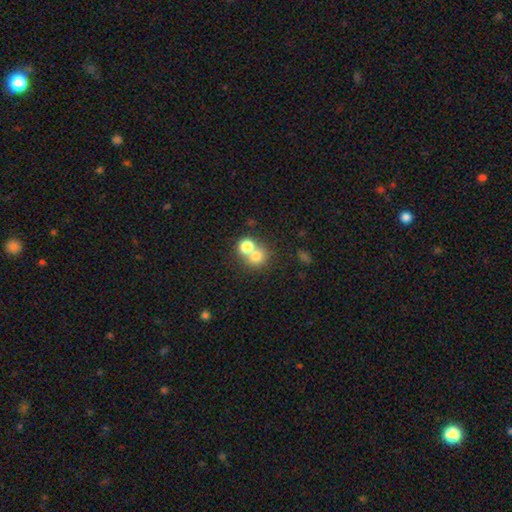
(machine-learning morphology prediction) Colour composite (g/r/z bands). It shows a smooth galaxy with no disk features (73%) that is round (81%). Merging: merger (56%).